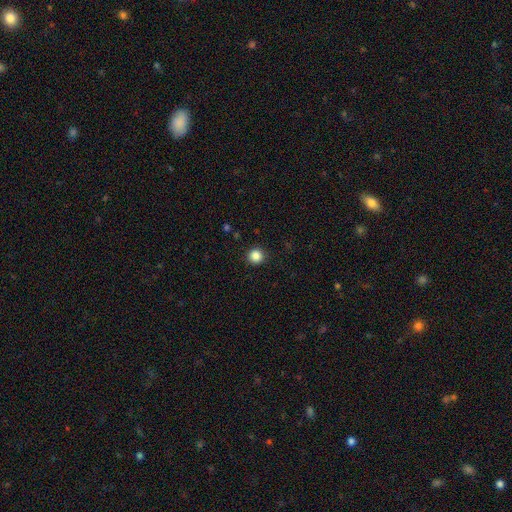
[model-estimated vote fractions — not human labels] The model was most divided on "smooth or featured": smooth: 86%, star or artifact: 10%, featured or disk: 3%. More confident: how rounded — round (95%); merging — none (92%).